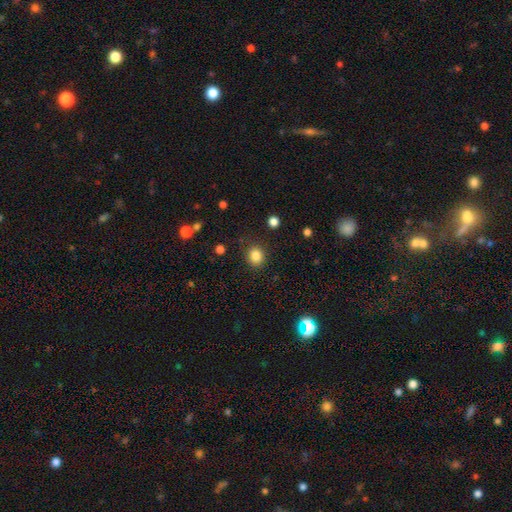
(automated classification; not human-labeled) smooth-or-featured: smooth: 85% | star or artifact: 11% | featured or disk: 4%
  how-rounded: round: 73% | in between: 26% | cigar-shaped: 1%
  merging: none: 87% | minor disturbance: 8% | major disturbance: 3% | merger: 2%